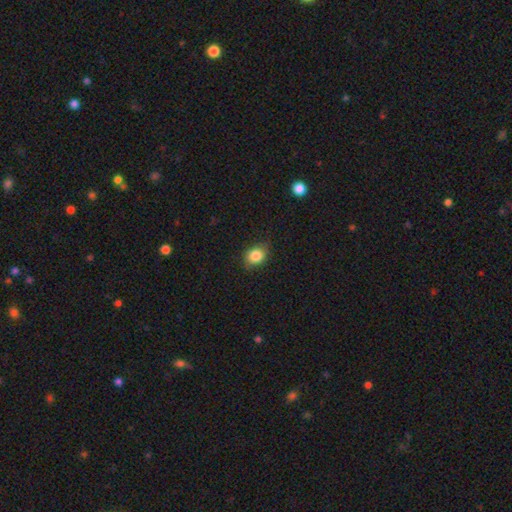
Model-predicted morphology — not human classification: Smooth or featured? Predicted: smooth (p=0.84). How rounded? Predicted: in between (p=0.51). Merging? Predicted: none (p=0.81).